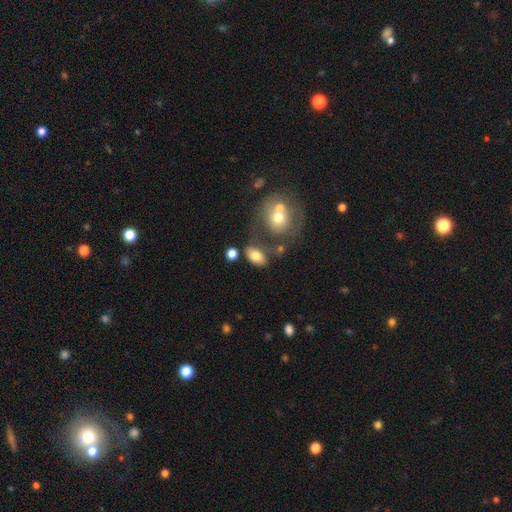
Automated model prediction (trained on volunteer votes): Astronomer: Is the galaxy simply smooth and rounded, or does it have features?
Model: smooth — 76%.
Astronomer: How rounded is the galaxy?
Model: in between — 88%.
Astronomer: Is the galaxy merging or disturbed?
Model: none — 52%.